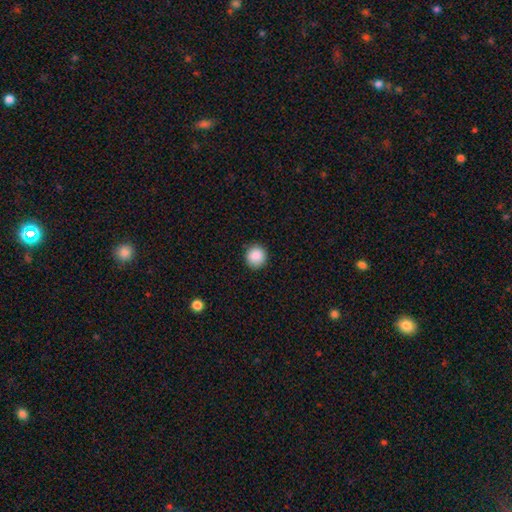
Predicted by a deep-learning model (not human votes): This is clearly a smooth galaxy (89%). How rounded: clearly round (91%). Merging: clearly none (90%).